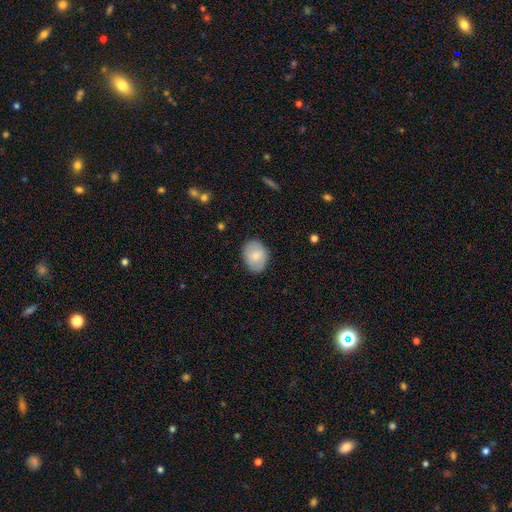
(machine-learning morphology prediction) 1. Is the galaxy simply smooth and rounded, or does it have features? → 74% smooth, 19% featured or disk, 6% star or artifact.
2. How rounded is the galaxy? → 65% in between, 34% round, 1% cigar-shaped.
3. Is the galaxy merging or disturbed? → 83% none, 13% minor disturbance, 3% major disturbance, 1% merger.